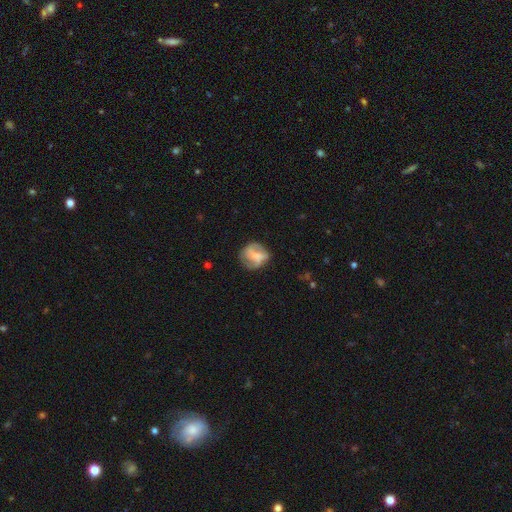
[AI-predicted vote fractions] A featured or disk galaxy (50%). Merging: none (62%).